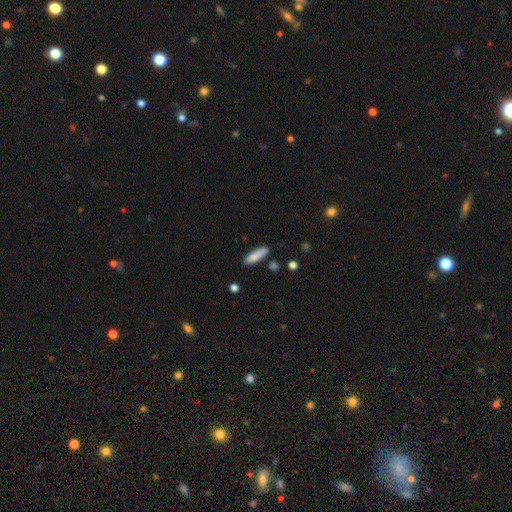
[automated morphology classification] Smooth or featured?
  - smooth: 85% *
  - featured or disk: 8%
  - star or artifact: 7%
How rounded?
  - cigar-shaped: 60% *
  - in between: 38%
  - round: 2%
Merging?
  - none: 79% *
  - minor disturbance: 14%
  - merger: 4%
  - major disturbance: 3%